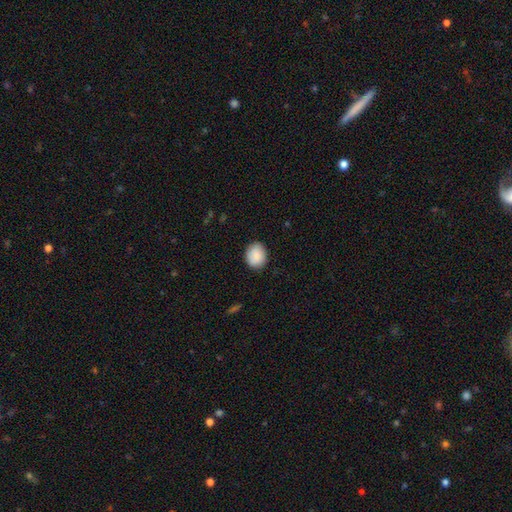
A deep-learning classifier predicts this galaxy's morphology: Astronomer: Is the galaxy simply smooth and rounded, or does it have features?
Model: smooth — 89%.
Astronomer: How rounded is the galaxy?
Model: round — 56% (runner-up: in between, 43%).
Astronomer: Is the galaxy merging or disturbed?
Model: none — 86%.